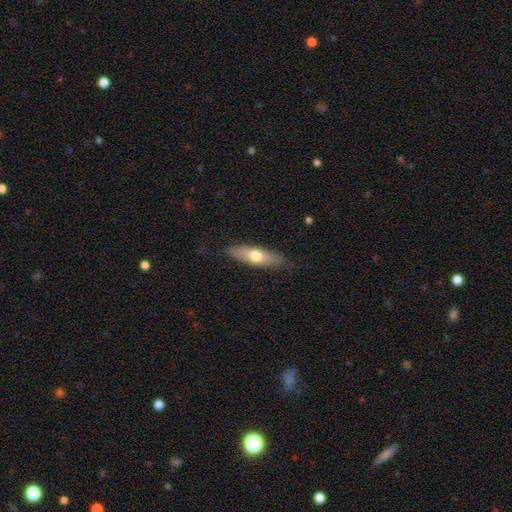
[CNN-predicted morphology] smooth_or_featured: smooth (p=0.61) [alt: featured or disk p=0.34]
how_rounded: cigar-shaped (p=0.53) [alt: in between p=0.44]
merging: none (p=0.82) [alt: minor disturbance p=0.14]